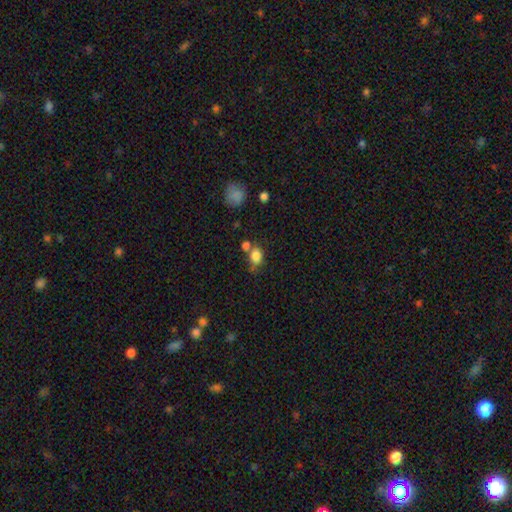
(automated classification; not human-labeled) A smooth galaxy with no disk features (82%) that is in between round and cigar-shaped (57%). Merging: none (49%).